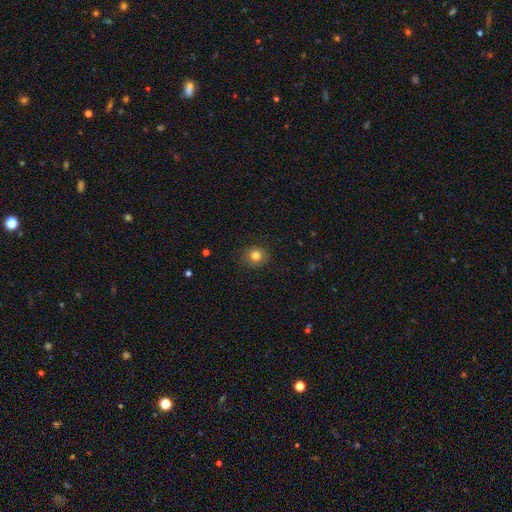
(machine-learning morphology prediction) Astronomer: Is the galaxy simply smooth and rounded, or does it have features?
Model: smooth — 81%.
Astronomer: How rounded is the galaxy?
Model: round — 76%.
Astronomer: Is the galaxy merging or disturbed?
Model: none — 85%.